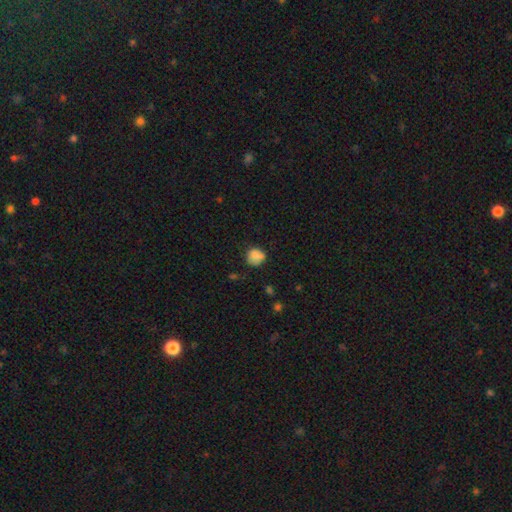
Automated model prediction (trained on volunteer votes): A smooth galaxy with no disk features (83%) that is round (81%). Merging: none (63%).